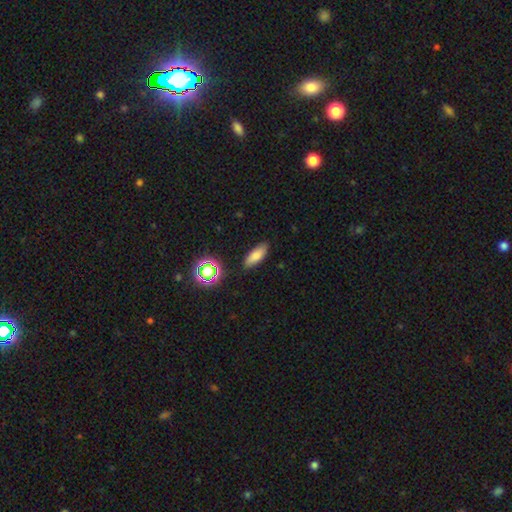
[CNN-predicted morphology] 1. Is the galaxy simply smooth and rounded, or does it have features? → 77% smooth, 12% star or artifact, 10% featured or disk.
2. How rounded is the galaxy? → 70% in between, 26% cigar-shaped, 4% round.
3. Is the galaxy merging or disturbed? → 83% none, 12% minor disturbance, 3% major disturbance, 2% merger.